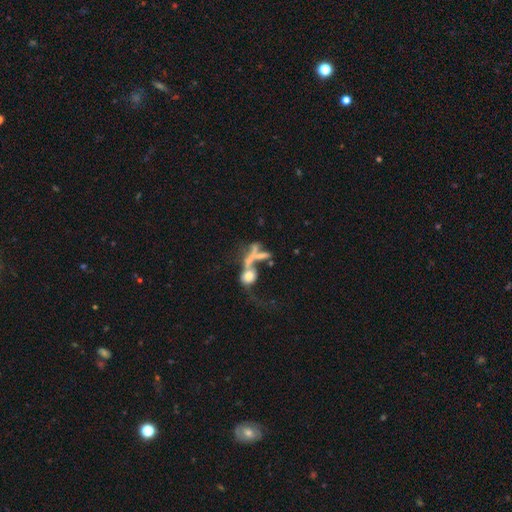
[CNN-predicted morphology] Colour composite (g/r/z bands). It shows a featured or disk galaxy (43%). Merging: merger (52%).